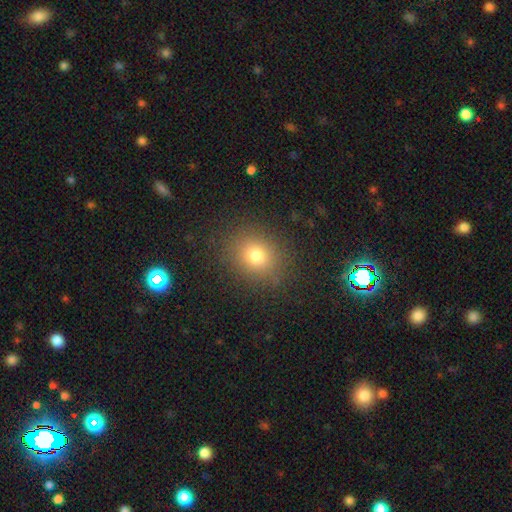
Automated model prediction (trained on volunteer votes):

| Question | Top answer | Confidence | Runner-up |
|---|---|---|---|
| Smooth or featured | smooth | 77% | star or artifact (15%) |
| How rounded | round | 65% | in between (34%) |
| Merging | none | 86% | minor disturbance (9%) |